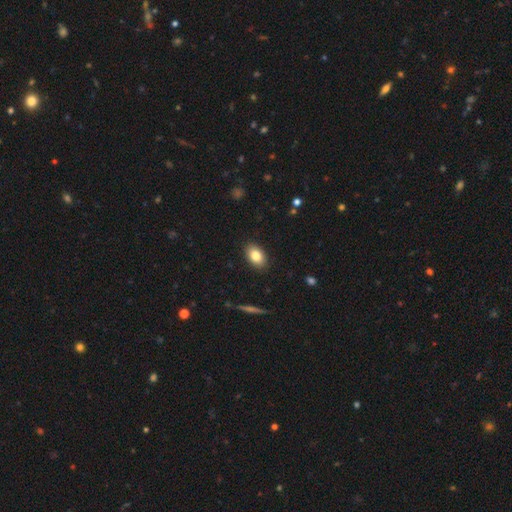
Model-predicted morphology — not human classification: A smooth galaxy with no disk features (82%) that is in between round and cigar-shaped (88%).

Vote fractions:
- Smooth or featured? smooth: 82% / featured or disk: 10% / star or artifact: 8%
- How rounded? in between: 88% / round: 10% / cigar-shaped: 2%
- Merging? none: 89% / minor disturbance: 8% / major disturbance: 2% / merger: 1%